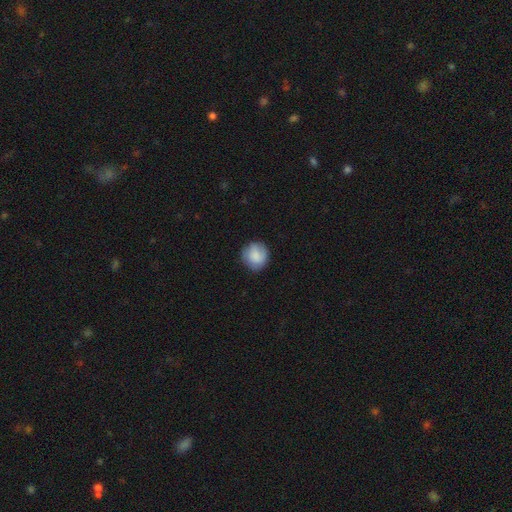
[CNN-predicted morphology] Smooth or featured?
  - smooth: 85% *
  - featured or disk: 8%
  - star or artifact: 7%
How rounded?
  - round: 91% *
  - in between: 8%
  - cigar-shaped: 1%
Merging?
  - none: 83% *
  - minor disturbance: 13%
  - major disturbance: 3%
  - merger: 1%